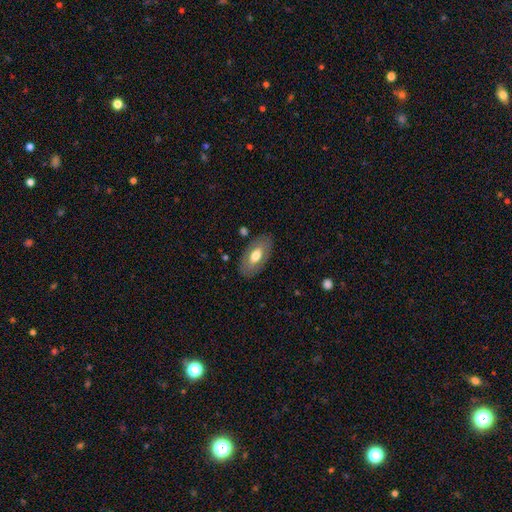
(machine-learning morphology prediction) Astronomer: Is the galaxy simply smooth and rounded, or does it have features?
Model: smooth — 61%.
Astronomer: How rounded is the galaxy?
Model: in between — 93%.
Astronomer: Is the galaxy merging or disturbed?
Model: none — 83%.